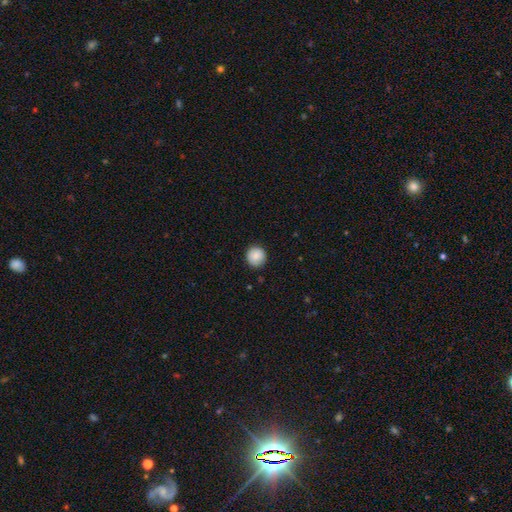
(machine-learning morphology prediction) Smooth or featured: smooth — 86% (star or artifact — 8%)
How rounded: round — 94% (in between — 5%)
Merging: none — 89% (minor disturbance — 8%)